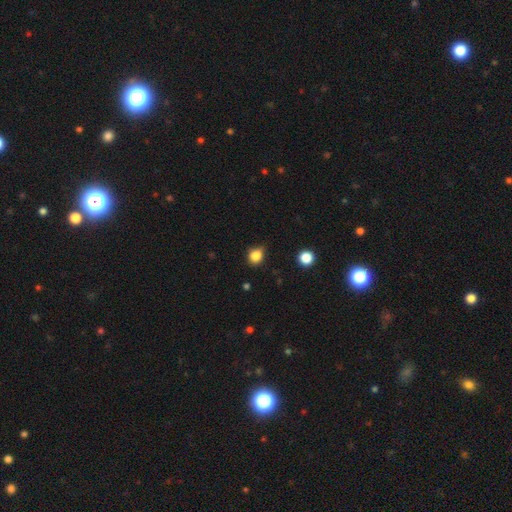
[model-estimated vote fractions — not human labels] Smooth or featured? smooth (84%)
How rounded? round (74%)
Merging? none (73%)